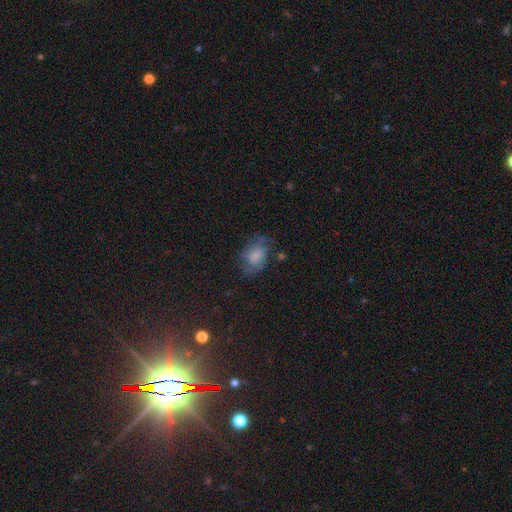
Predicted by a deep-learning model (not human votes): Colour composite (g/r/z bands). It shows a smooth galaxy with no disk features (56%) that is in between round and cigar-shaped (80%). Merging: none (49%).